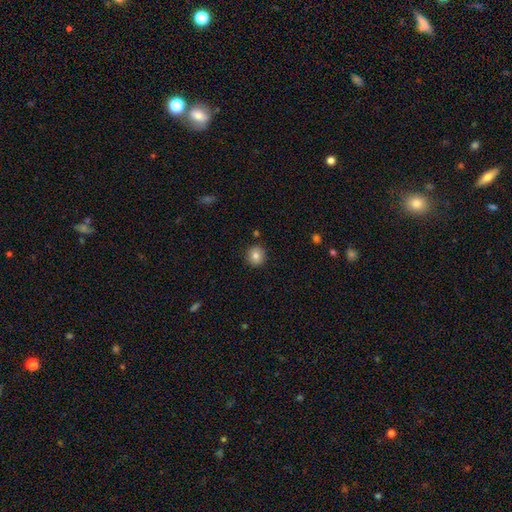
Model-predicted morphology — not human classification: Smooth or featured?
  - smooth: 82% *
  - star or artifact: 10%
  - featured or disk: 8%
How rounded?
  - round: 89% *
  - in between: 10%
  - cigar-shaped: 1%
Merging?
  - none: 90% *
  - minor disturbance: 7%
  - major disturbance: 2%
  - merger: 2%